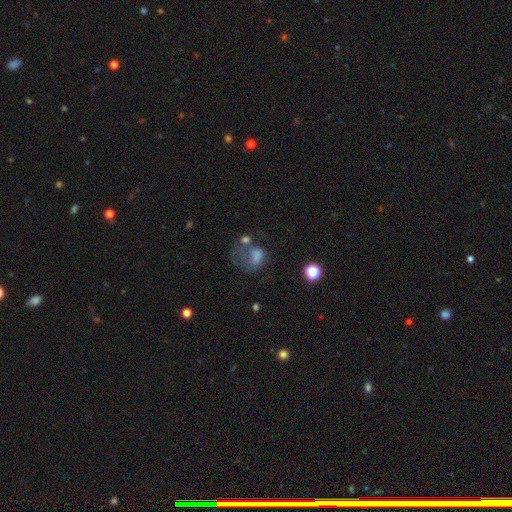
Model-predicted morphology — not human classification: The model was most divided on "how rounded": in between: 56%, round: 43%, cigar-shaped: 1%. Remaining: smooth or featured — smooth (54%); merging — major disturbance (44%).